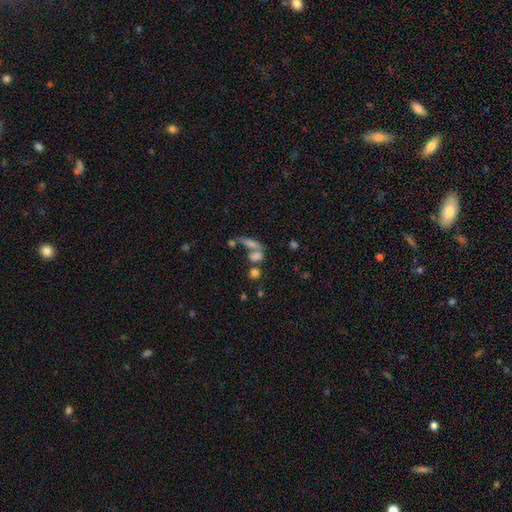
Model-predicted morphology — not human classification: This is likely a smooth galaxy (69%). How rounded: possibly in between (56%). Merging: marginally merger (43%).